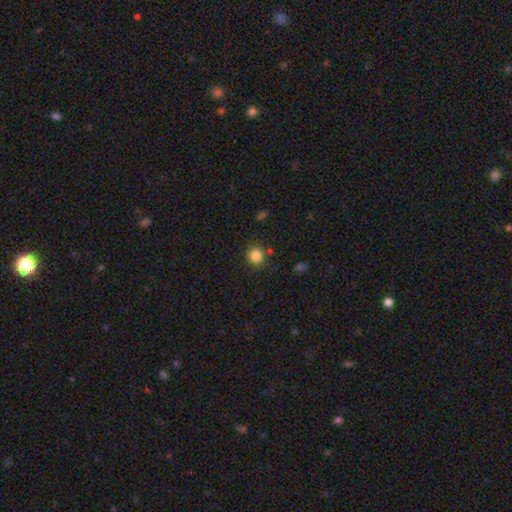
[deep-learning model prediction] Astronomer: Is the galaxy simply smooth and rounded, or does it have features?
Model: smooth — 84%.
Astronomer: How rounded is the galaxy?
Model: round — 88%.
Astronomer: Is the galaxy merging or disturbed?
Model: none — 82%.